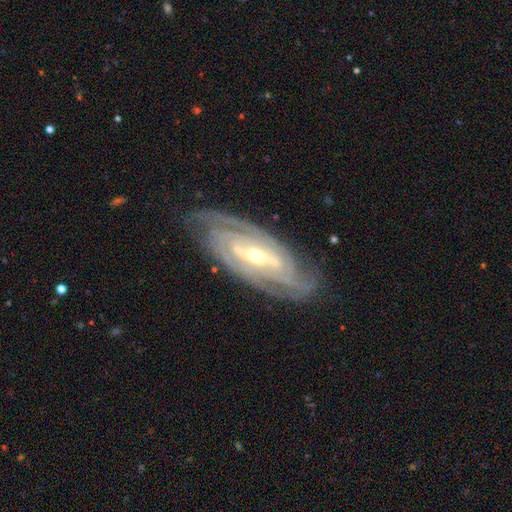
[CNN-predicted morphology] This appears to be a featured or disk galaxy (90%) with a strong bar (44%), 2 (31%) tight (73%) spiral arms (97%) and a moderate central bulge (50%). Merging: none (80%).